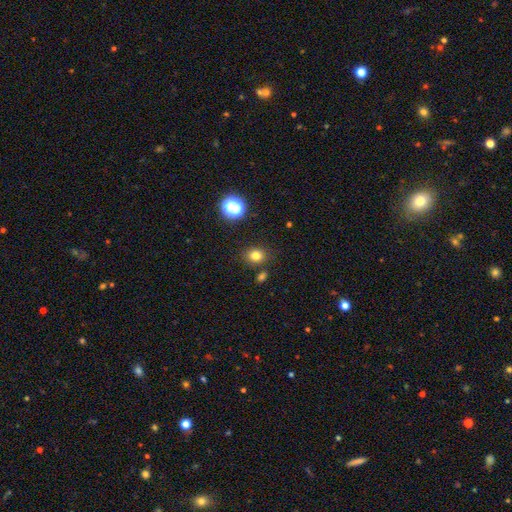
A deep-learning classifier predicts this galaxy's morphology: A smooth galaxy with no disk features (78%) that is round (62%).

Vote fractions:
- Smooth or featured? smooth: 78% / star or artifact: 16% / featured or disk: 6%
- How rounded? round: 62% / in between: 37% / cigar-shaped: 1%
- Merging? none: 81% / minor disturbance: 10% / merger: 5% / major disturbance: 3%